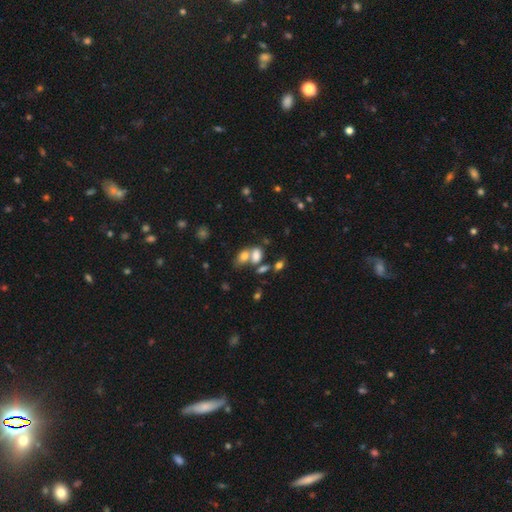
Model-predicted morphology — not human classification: smooth 73%, featured or disk 14%, star or artifact 13%. Down the decision tree: how rounded — in between (85%); merging — merger (53%).